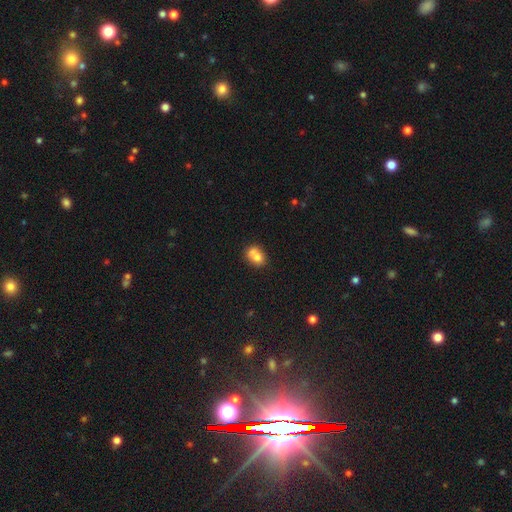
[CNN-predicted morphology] type=smooth (71%); roundness=in between (52%); merging=merger (57%).